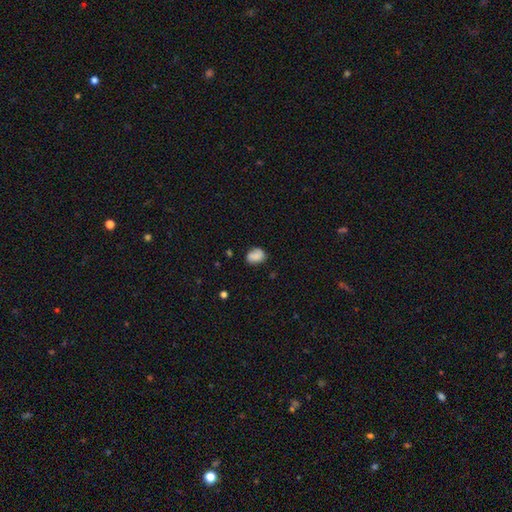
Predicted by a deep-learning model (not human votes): The model was most divided on "merging": none: 66%, minor disturbance: 23%, major disturbance: 6%, merger: 5%. More confident: smooth or featured — smooth (80%); how rounded — in between (73%).